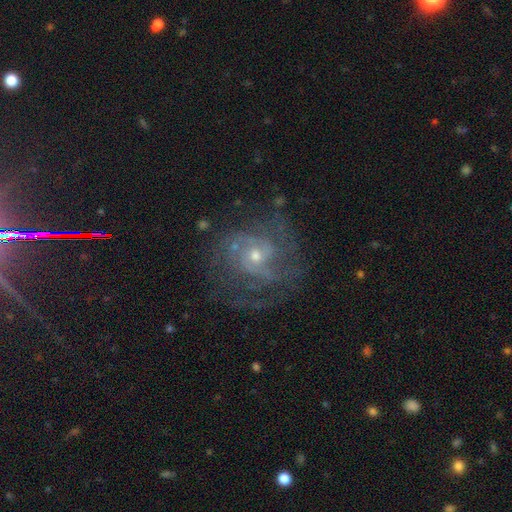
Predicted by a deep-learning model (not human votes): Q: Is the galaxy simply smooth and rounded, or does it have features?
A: featured or disk — 82%.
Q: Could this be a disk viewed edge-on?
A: no — 97%.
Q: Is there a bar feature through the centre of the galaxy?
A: no — 70%.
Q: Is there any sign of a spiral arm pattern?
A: yes — 91%.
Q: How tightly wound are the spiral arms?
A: tight — 43%.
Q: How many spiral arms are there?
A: can't tell — 30%.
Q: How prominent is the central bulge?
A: small — 50%.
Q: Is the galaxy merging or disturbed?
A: none — 62%.